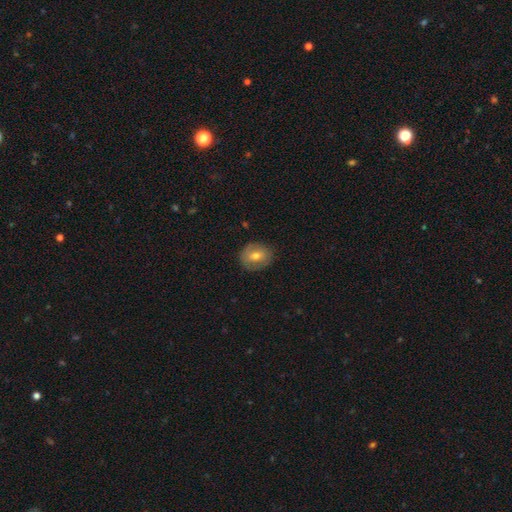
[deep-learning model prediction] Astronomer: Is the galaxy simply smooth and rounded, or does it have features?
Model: smooth — 61%.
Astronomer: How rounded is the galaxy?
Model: round — 66%.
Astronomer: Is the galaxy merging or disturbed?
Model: none — 82%.